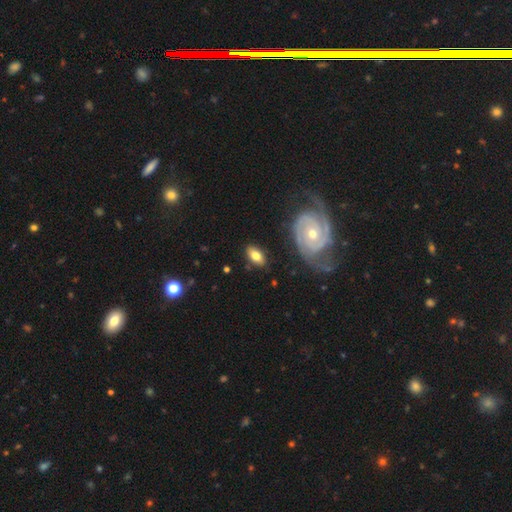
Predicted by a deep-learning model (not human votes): Smooth or featured? smooth (68%)
How rounded? in between (90%)
Merging? none (80%)